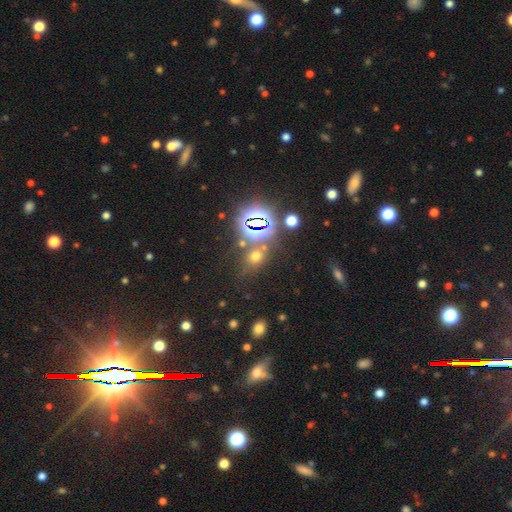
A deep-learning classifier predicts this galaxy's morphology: The model was most divided on "smooth or featured" (2-way tie): smooth: 46%, star or artifact: 46%, featured or disk: 9%. More confident: merging — none (69%).